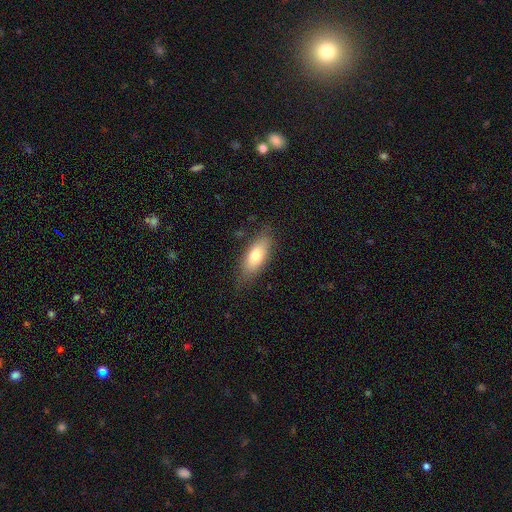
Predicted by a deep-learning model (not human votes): This appears to be a smooth galaxy with no disk features (72%) that is in between round and cigar-shaped (75%). Merging: none (78%).